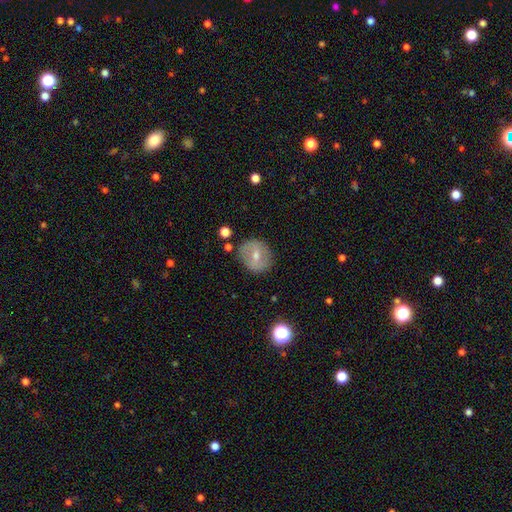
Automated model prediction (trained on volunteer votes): The model was most divided on "smooth or featured": smooth: 53%, featured or disk: 38%, star or artifact: 9%. More confident: merging — none (80%); how rounded — round (75%).